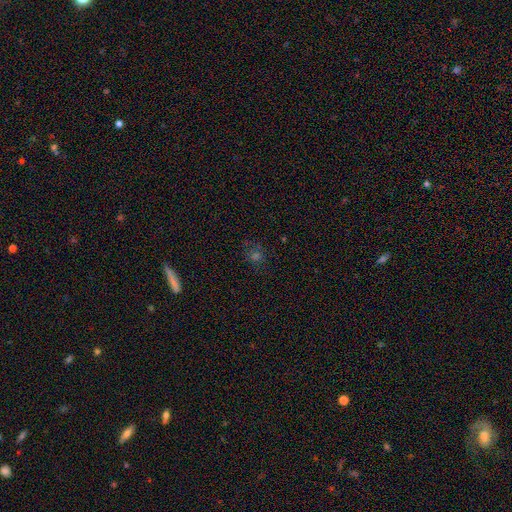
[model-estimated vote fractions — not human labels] Q: Smooth or featured?
A: smooth (54%); runner-up: star or artifact (31%)
Q: How rounded?
A: round (77%); runner-up: in between (20%)
Q: Merging?
A: none (79%); runner-up: minor disturbance (13%)